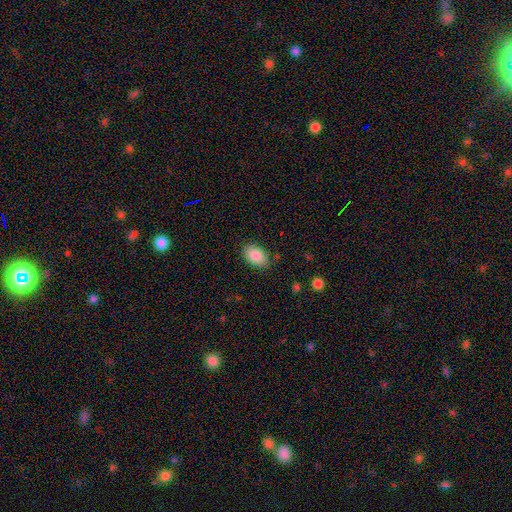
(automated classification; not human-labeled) smooth 86%, featured or disk 7%, star or artifact 7%. Down the decision tree: how rounded — in between (90%); merging — none (85%).